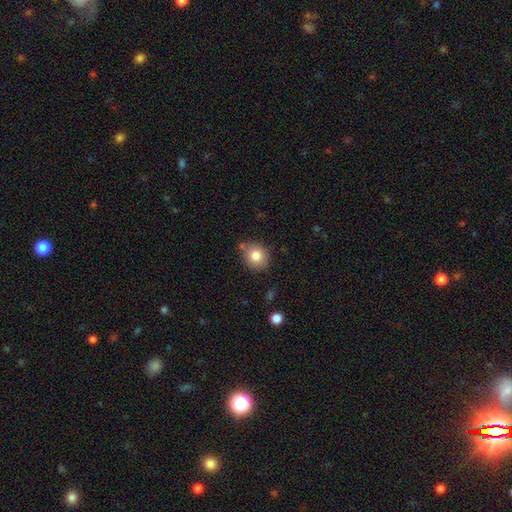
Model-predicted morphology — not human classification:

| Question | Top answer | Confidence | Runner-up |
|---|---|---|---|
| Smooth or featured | smooth | 81% | star or artifact (10%) |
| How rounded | round | 80% | in between (19%) |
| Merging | none | 77% | minor disturbance (14%) |